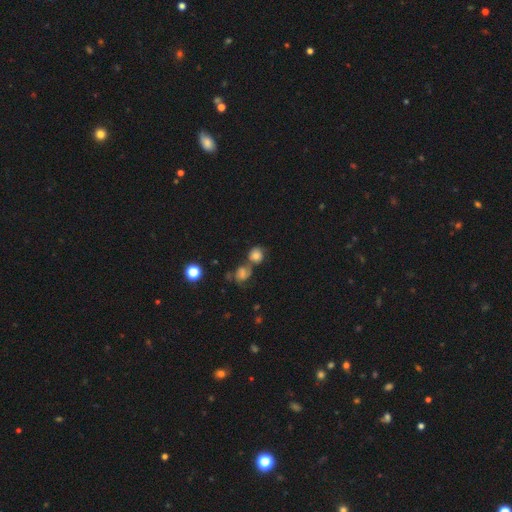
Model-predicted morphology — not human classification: Overall: smooth (69%). How rounded: round (82%). Merging: none (45%; merger 39%).